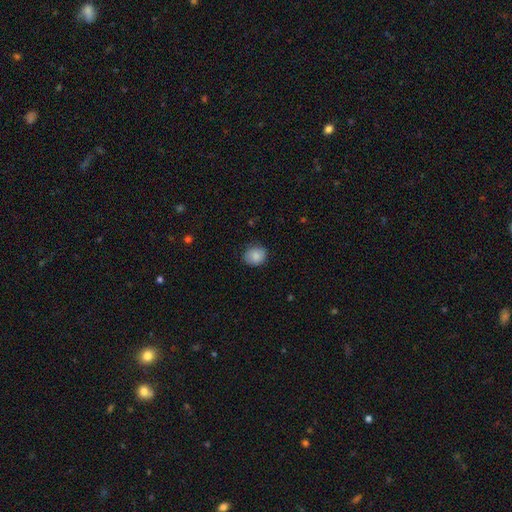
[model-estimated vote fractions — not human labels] A smooth galaxy with no disk features (85%) that is round (75%). Merging: none (80%).